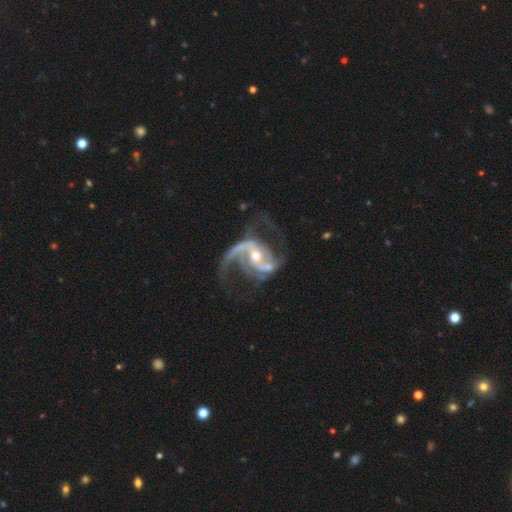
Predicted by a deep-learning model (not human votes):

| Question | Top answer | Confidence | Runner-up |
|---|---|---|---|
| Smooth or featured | featured or disk | 92% | star or artifact (5%) |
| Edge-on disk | no | 98% | yes (2%) |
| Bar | no | 37% | weak (35%) |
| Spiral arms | yes | 98% | no (2%) |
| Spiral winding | medium | 46% | loose (43%) |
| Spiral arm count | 2 | 80% | 3 (8%) |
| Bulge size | moderate | 51% | small (45%) |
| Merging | none | 54% | major disturbance (23%) |